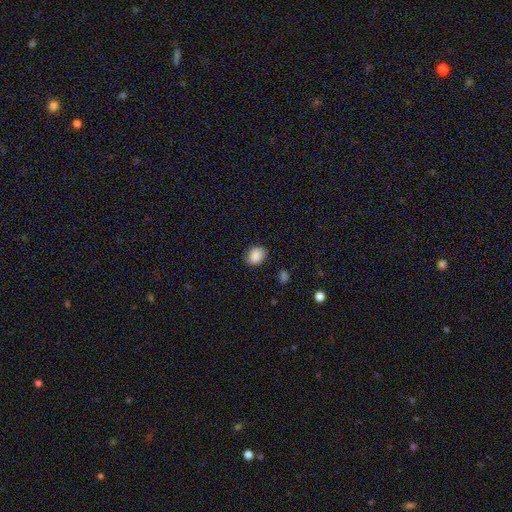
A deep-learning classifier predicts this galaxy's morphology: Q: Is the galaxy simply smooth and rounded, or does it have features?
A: smooth — 87%.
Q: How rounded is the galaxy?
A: round — 51%.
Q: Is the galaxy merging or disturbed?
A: none — 80%.